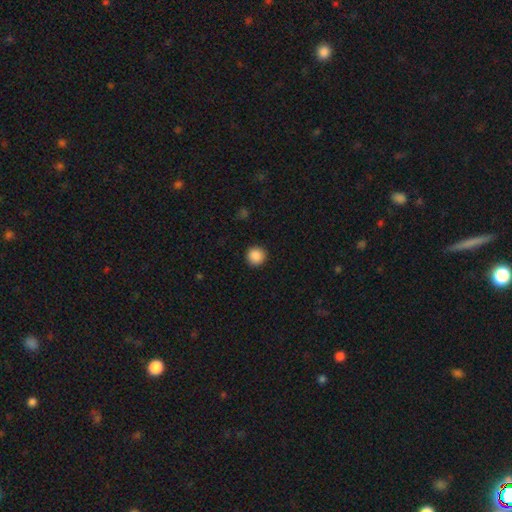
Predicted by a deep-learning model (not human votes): smooth 88%, star or artifact 9%, featured or disk 3%. Down the decision tree: how rounded — round (95%); merging — none (92%).